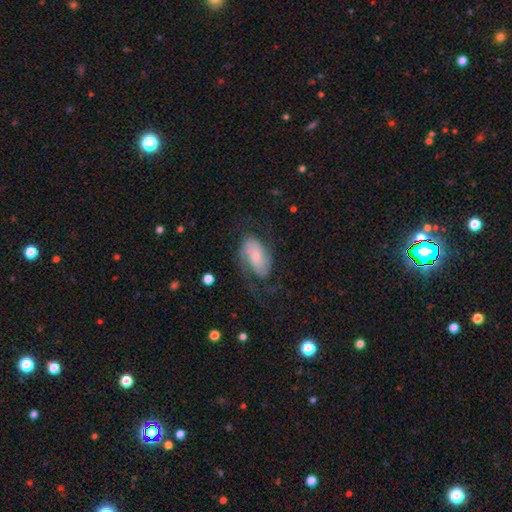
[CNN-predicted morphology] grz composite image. It shows a featured or disk galaxy (68%) with no bar (55%), 2 (75%) medium (44%) spiral arms (91%) and a small central bulge (53%). Merging: none (53%).